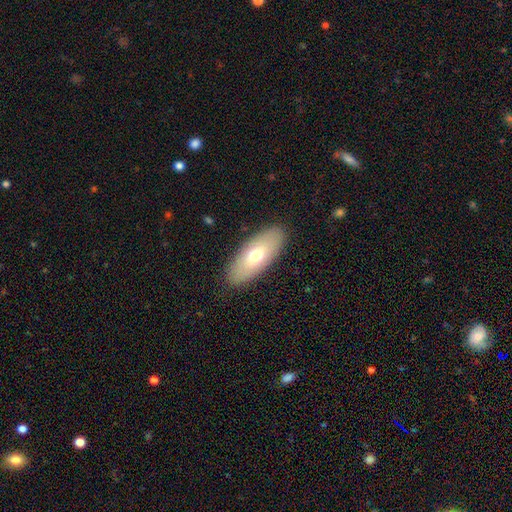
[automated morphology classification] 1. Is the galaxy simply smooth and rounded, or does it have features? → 66% smooth, 28% featured or disk, 6% star or artifact.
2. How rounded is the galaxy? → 82% in between, 15% cigar-shaped, 2% round.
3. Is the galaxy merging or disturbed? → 88% none, 9% minor disturbance, 2% major disturbance, 1% merger.